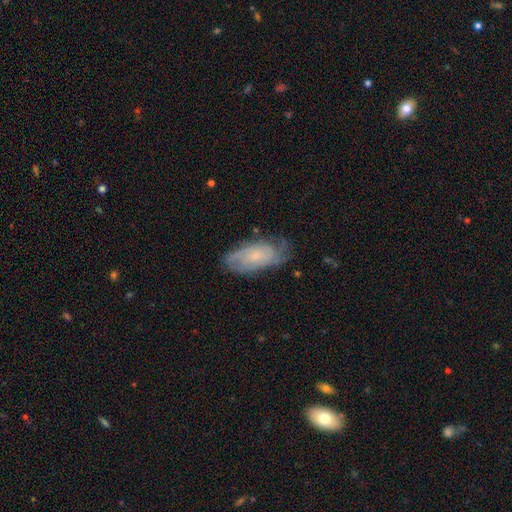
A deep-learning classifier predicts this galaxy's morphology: smooth_or_featured: featured or disk (p=0.57) [alt: smooth p=0.35]
disk_edge_on: no (p=0.91) [alt: yes p=0.09]
bar: no (p=0.75) [alt: weak p=0.21]
has_spiral_arms: yes (p=0.84) [alt: no p=0.16]
bulge_size: small (p=0.65) [alt: moderate p=0.19]
merging: none (p=0.67) [alt: minor disturbance p=0.24]